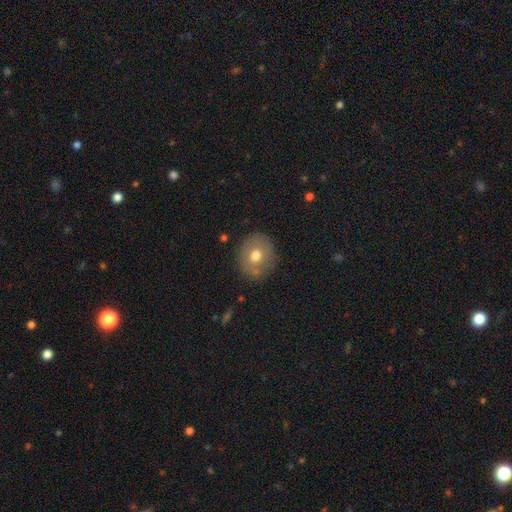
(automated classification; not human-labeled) This is likely a smooth galaxy (69%). How rounded: likely round (73%). Merging: clearly none (82%).